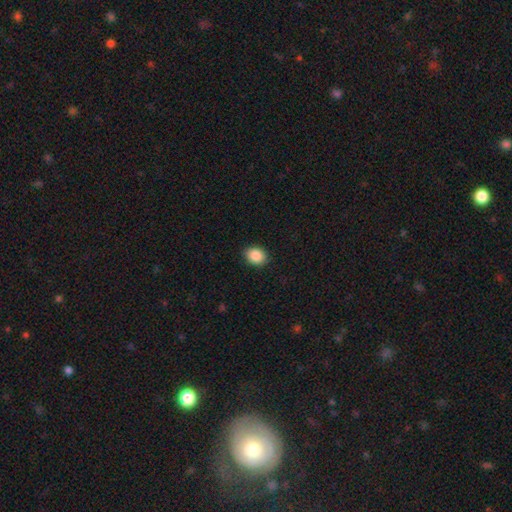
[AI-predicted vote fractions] Morphology: type=smooth (88%); roundness=in between (54%); merging=none (88%).